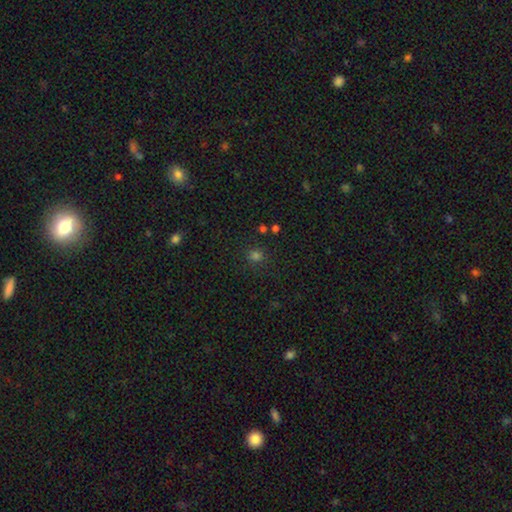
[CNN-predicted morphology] This is likely a smooth galaxy (70%). How rounded: clearly round (88%). Merging: clearly none (85%).